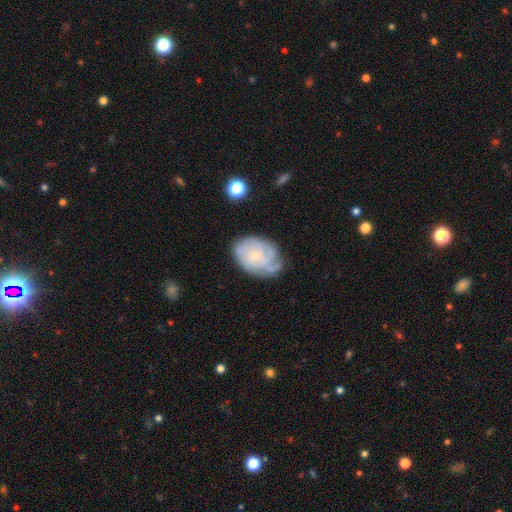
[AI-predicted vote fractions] smooth_or_featured: featured or disk (p=0.64) [alt: smooth p=0.28]
disk_edge_on: no (p=0.97) [alt: yes p=0.03]
bar: no (p=0.81) [alt: weak p=0.17]
has_spiral_arms: yes (p=0.83) [alt: no p=0.17]
spiral_winding: tight (p=0.57) [alt: medium p=0.30]
spiral_arm_count: can't tell (p=0.49) [alt: 4 p=0.16]
bulge_size: small (p=0.76) [alt: moderate p=0.17]
merging: none (p=0.61) [alt: minor disturbance p=0.27]